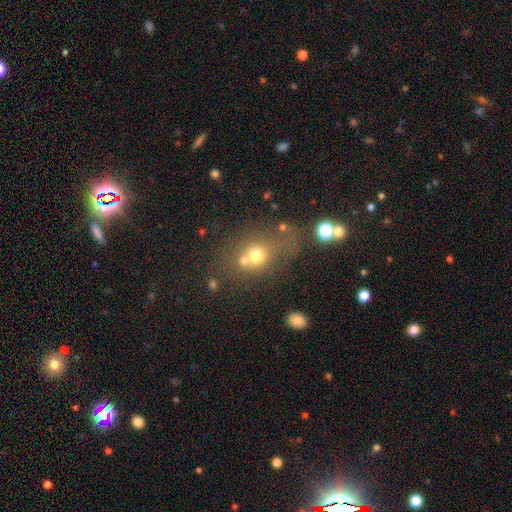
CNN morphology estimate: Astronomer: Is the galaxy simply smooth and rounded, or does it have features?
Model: smooth — 64%.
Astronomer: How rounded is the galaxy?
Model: round — 65%.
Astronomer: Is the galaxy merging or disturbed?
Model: none — 40% (runner-up: merger, 35%).